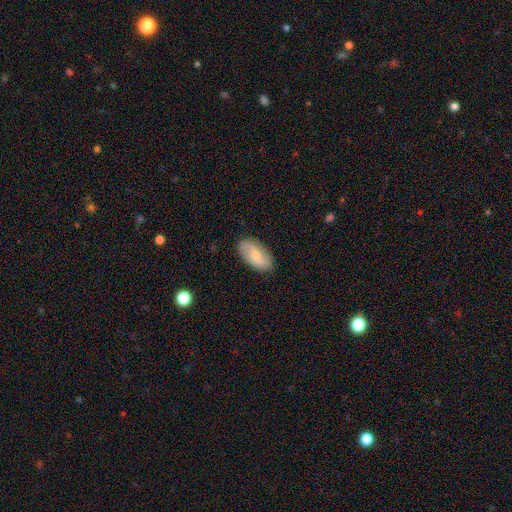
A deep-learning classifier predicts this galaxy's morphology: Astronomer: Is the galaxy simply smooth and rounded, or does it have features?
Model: smooth — 60%.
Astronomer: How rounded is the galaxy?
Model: in between — 93%.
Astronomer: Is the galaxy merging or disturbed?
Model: none — 85%.